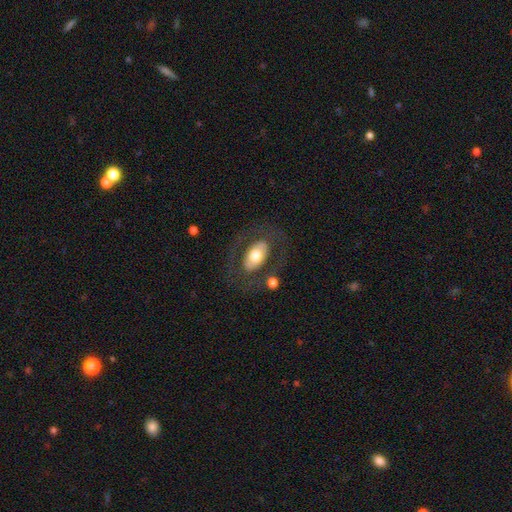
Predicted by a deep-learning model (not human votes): Smooth or featured? Predicted: smooth (p=0.54). How rounded? Predicted: in between (p=0.91). Merging? Predicted: none (p=0.71).